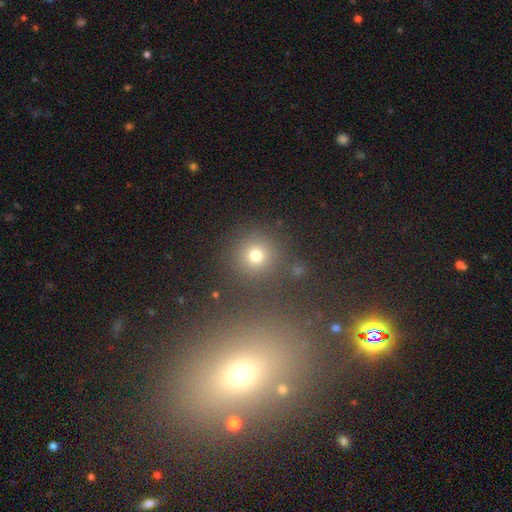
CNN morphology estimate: A smooth galaxy with no disk features (71%) that is round (93%). Merging: none (81%).